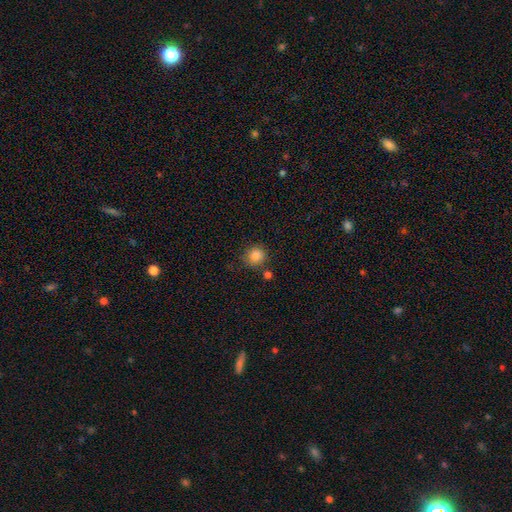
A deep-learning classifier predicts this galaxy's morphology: Smooth or featured?
  - smooth: 86% *
  - star or artifact: 10%
  - featured or disk: 4%
How rounded?
  - round: 88% *
  - in between: 11%
  - cigar-shaped: 1%
Merging?
  - none: 77% *
  - minor disturbance: 12%
  - merger: 7%
  - major disturbance: 4%